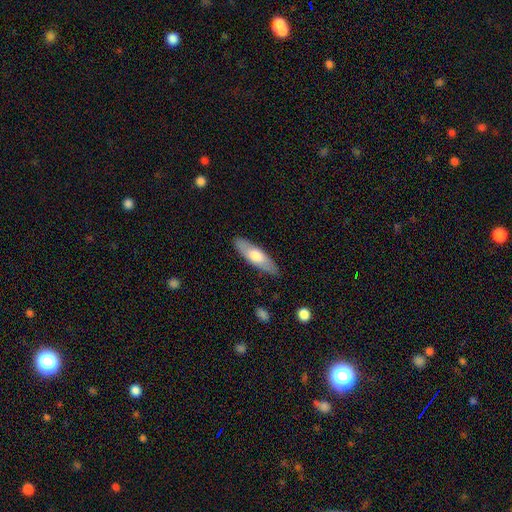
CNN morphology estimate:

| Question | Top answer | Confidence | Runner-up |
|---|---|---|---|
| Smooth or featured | smooth | 62% | featured or disk (32%) |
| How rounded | cigar-shaped | 53% | in between (46%) |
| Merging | none | 85% | minor disturbance (12%) |